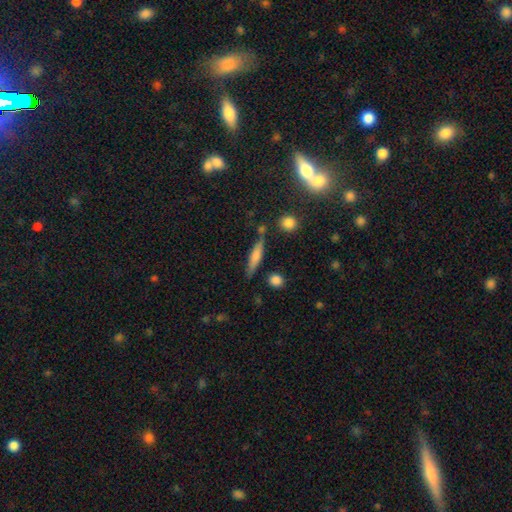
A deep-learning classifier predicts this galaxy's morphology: Smooth or featured? smooth (60%)
How rounded? cigar-shaped (82%)
Merging? none (76%)